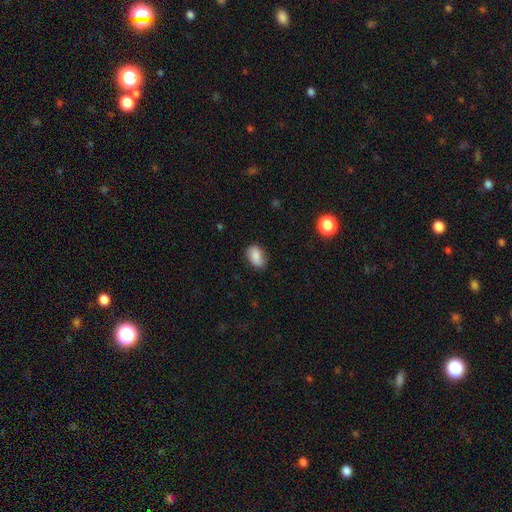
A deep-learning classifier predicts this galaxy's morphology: The model was most divided on "merging": none: 75%, minor disturbance: 20%, major disturbance: 4%, merger: 2%. More confident: how rounded — in between (85%); smooth or featured — smooth (78%).